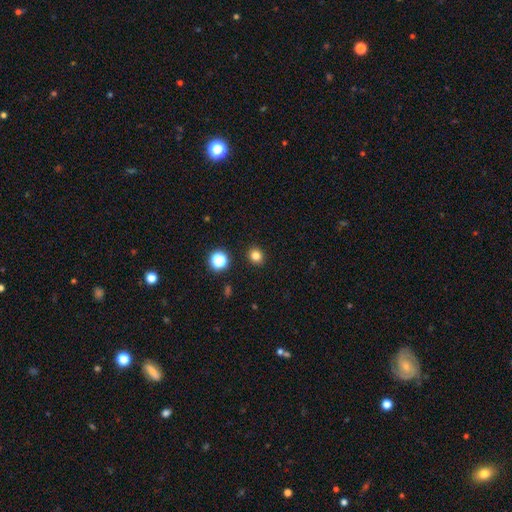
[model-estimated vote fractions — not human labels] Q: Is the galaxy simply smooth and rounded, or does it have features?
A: smooth — 80%.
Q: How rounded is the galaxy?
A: round — 82%.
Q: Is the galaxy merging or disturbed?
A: none — 91%.